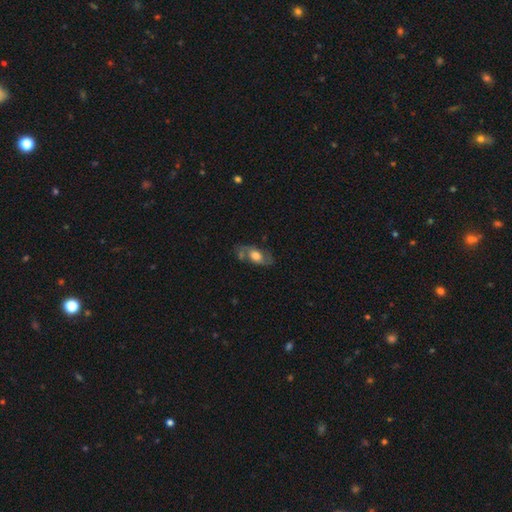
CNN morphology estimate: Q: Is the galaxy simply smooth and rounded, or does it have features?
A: featured or disk — 52%.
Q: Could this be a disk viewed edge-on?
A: no — 84%.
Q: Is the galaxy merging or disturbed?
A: none — 59%.